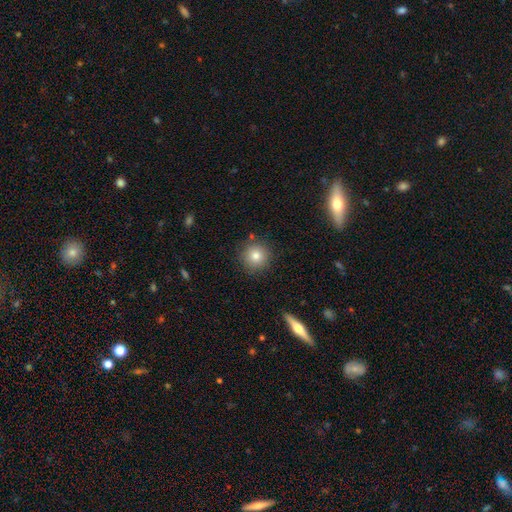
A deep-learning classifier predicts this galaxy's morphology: Overall: smooth (81%). How rounded: round (94%). Merging: none (88%).